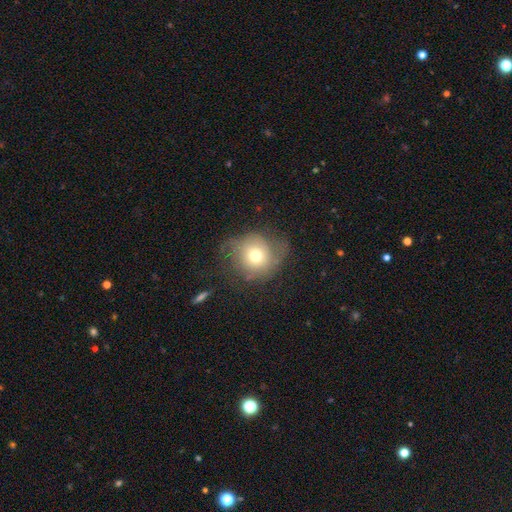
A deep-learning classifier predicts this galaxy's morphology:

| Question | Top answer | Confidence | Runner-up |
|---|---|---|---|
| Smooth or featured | smooth | 61% | featured or disk (27%) |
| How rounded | round | 87% | in between (12%) |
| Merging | none | 49% | minor disturbance (27%) |